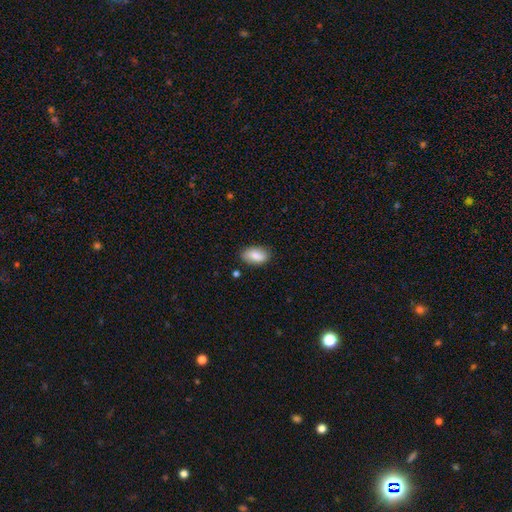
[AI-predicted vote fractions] This appears to be a smooth galaxy with no disk features (84%) that is in between round and cigar-shaped (93%). Merging: none (84%).